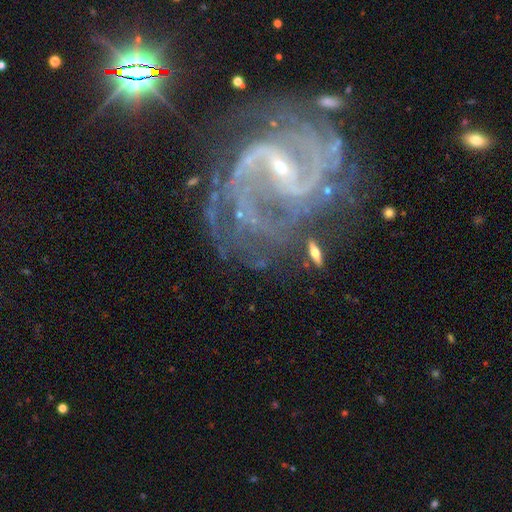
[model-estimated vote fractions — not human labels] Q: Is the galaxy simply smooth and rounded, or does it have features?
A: featured or disk — 91%.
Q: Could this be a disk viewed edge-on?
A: no — 98%.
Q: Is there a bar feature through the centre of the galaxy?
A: strong — 40%, tied with weak.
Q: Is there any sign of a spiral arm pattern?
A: yes — 98%.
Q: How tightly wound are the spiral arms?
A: medium — 53%.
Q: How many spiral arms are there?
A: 2 — 68%.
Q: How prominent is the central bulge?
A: small — 87%.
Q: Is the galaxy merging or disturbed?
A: none — 50%.